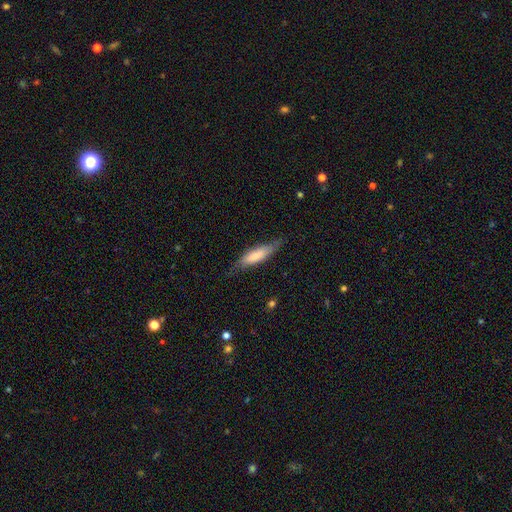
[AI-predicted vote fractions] smooth_or_featured: smooth (p=0.65) [alt: featured or disk p=0.29]
how_rounded: cigar-shaped (p=0.61) [alt: in between p=0.37]
merging: none (p=0.67) [alt: minor disturbance p=0.24]